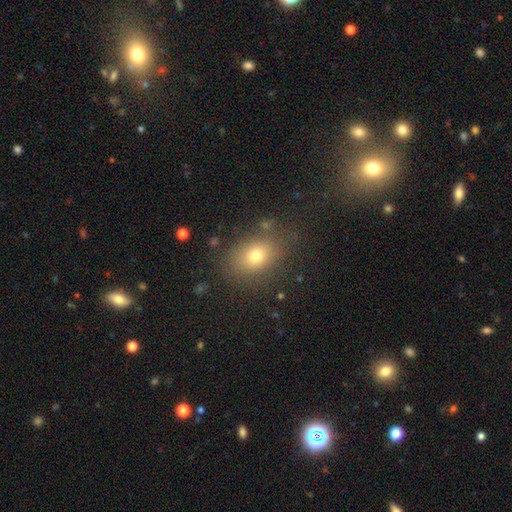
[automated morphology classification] The model was most divided on "how rounded": in between: 66%, round: 33%, cigar-shaped: 1%. More confident: merging — none (79%); smooth or featured — smooth (75%).